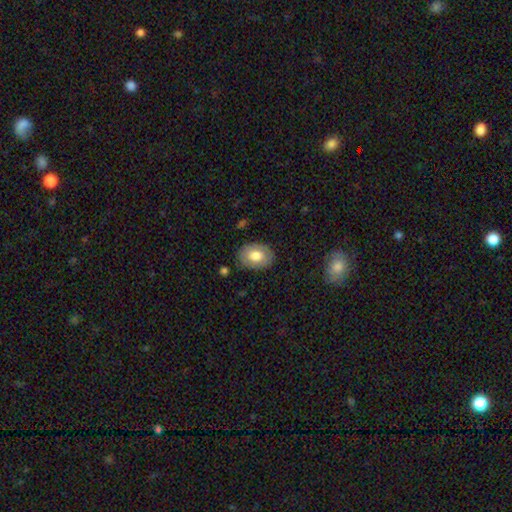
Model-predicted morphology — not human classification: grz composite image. It shows a smooth galaxy with no disk features (71%) that is in between round and cigar-shaped (78%). Merging: none (83%).